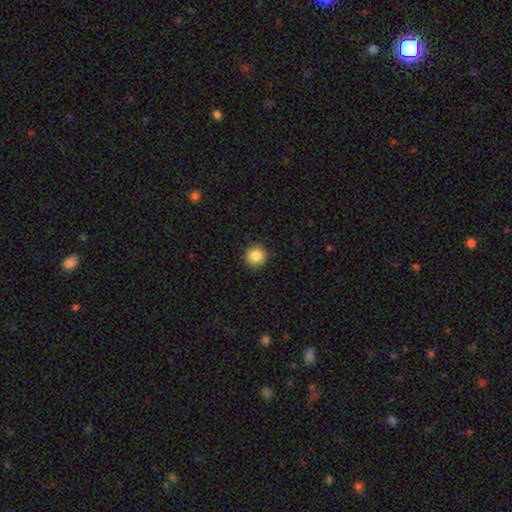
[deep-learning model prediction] Morphology: type=smooth (85%); roundness=round (95%); merging=none (91%).